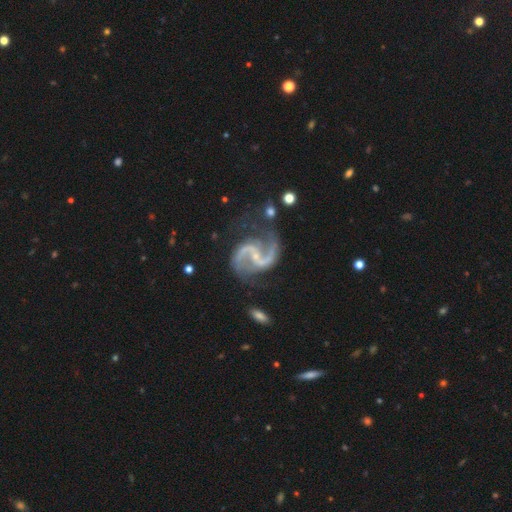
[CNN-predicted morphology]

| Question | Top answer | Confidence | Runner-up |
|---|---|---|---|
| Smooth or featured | featured or disk | 94% | star or artifact (4%) |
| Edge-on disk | no | 98% | yes (2%) |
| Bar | weak | 43% | no (33%) |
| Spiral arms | yes | 98% | no (2%) |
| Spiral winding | medium | 49% | loose (43%) |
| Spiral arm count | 2 | 94% | can't tell (1%) |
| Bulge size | small | 74% | none (13%) |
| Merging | none | 66% | minor disturbance (20%) |